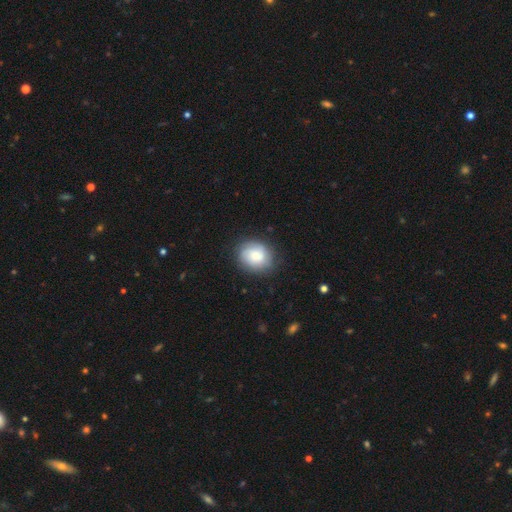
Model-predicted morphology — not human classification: Q: Smooth or featured?
A: smooth (70%); runner-up: featured or disk (22%)
Q: How rounded?
A: round (65%); runner-up: in between (34%)
Q: Merging?
A: none (79%); runner-up: minor disturbance (15%)